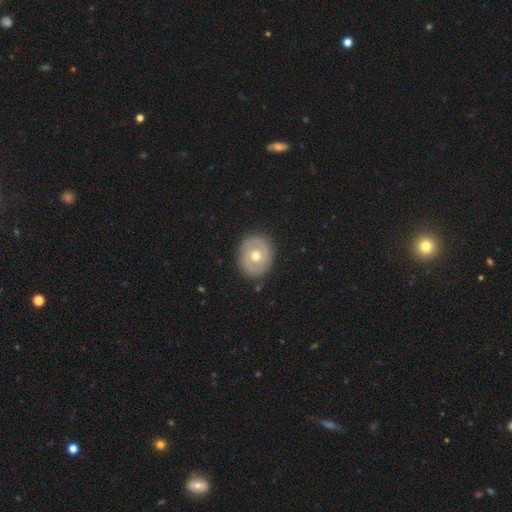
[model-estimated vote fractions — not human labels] smooth-or-featured: featured or disk: 52% | smooth: 42% | star or artifact: 6%
  disk-edge-on: no: 96% | yes: 4%
  merging: none: 86% | minor disturbance: 10% | major disturbance: 3% | merger: 1%